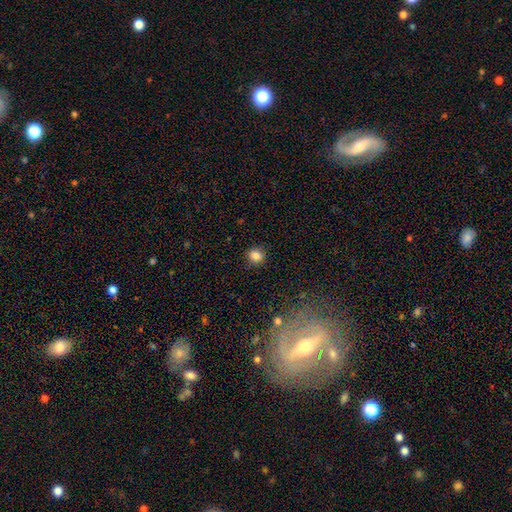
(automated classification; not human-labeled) A smooth galaxy with no disk features (84%) that is round (78%). Merging: none (88%).